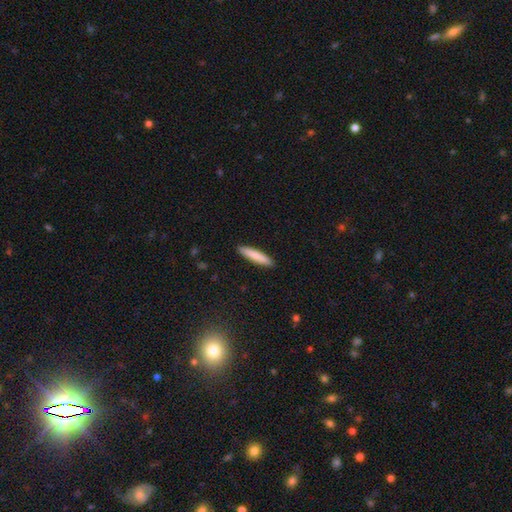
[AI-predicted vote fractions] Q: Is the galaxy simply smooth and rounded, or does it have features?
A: smooth — 82%.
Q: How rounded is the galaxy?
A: cigar-shaped — 90%.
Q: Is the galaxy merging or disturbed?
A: none — 92%.